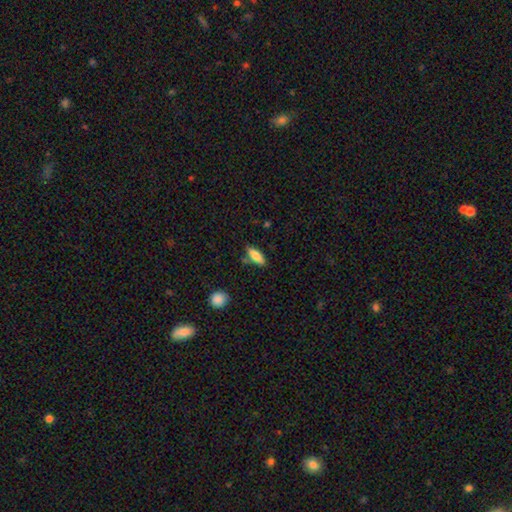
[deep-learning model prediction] Smooth or featured?
  - smooth: 81% *
  - featured or disk: 12%
  - star or artifact: 7%
How rounded?
  - in between: 67% *
  - cigar-shaped: 30%
  - round: 2%
Merging?
  - none: 76% *
  - minor disturbance: 15%
  - merger: 6%
  - major disturbance: 3%